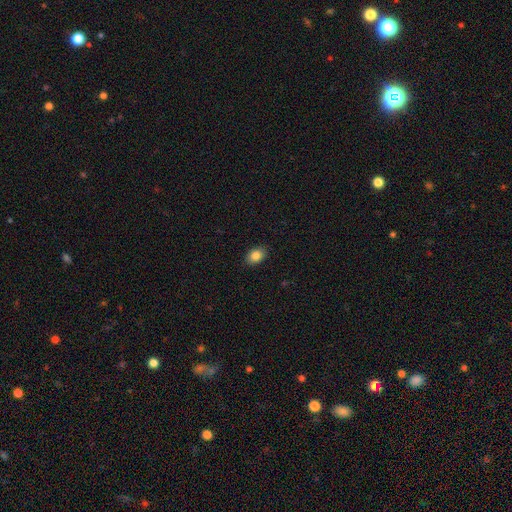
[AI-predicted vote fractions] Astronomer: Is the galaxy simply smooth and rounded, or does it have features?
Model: smooth — 85%.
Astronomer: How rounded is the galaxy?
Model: in between — 84%.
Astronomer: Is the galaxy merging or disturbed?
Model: none — 89%.